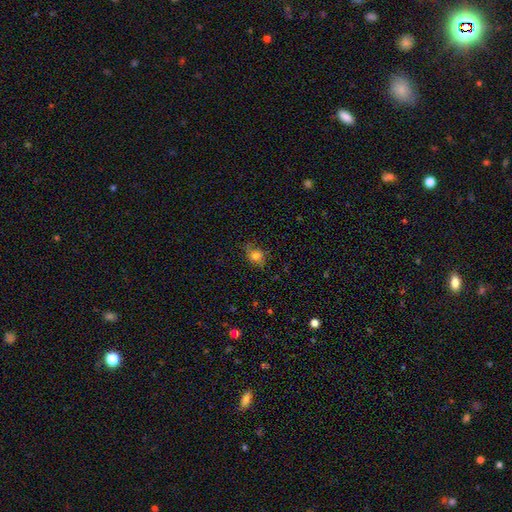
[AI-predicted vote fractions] Overall: smooth (75%). How rounded: round (50%; in between 48%). Merging: none (68%).